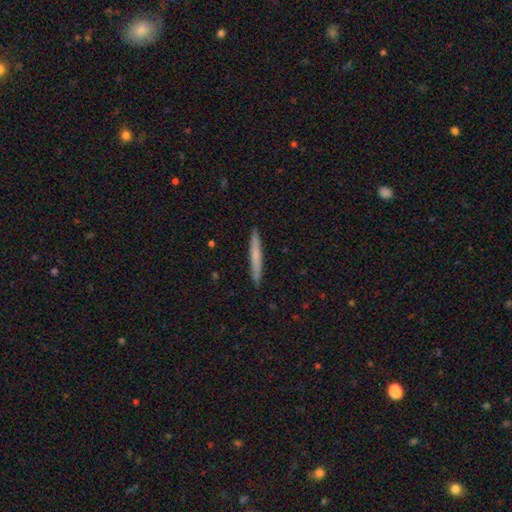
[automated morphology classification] Smooth or featured: smooth — 65% (featured or disk — 30%)
How rounded: cigar-shaped — 97% (in between — 2%)
Merging: none — 92% (minor disturbance — 6%)